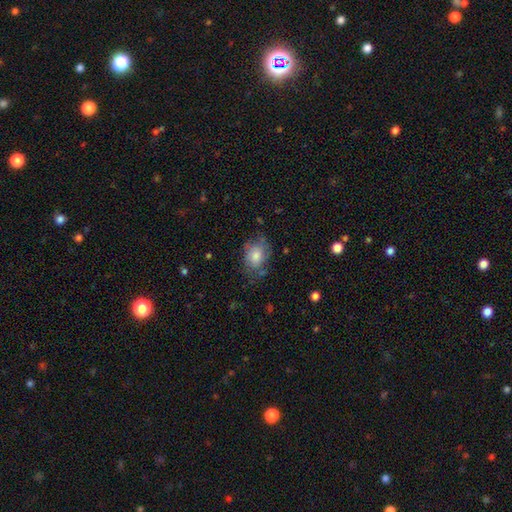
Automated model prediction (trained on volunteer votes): The model was most divided on "merging": none: 58%, minor disturbance: 27%, major disturbance: 12%, merger: 3%. More confident: how rounded — in between (69%); smooth or featured — smooth (65%).